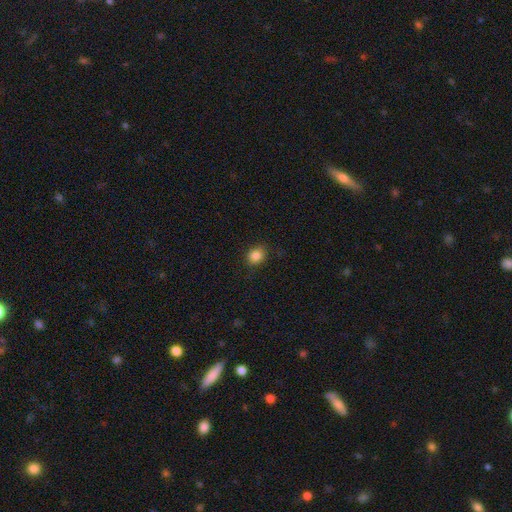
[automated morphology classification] Smooth or featured?
  - smooth: 86% *
  - star or artifact: 10%
  - featured or disk: 4%
How rounded?
  - round: 57% *
  - in between: 42%
  - cigar-shaped: 1%
Merging?
  - none: 87% *
  - minor disturbance: 10%
  - major disturbance: 3%
  - merger: 1%